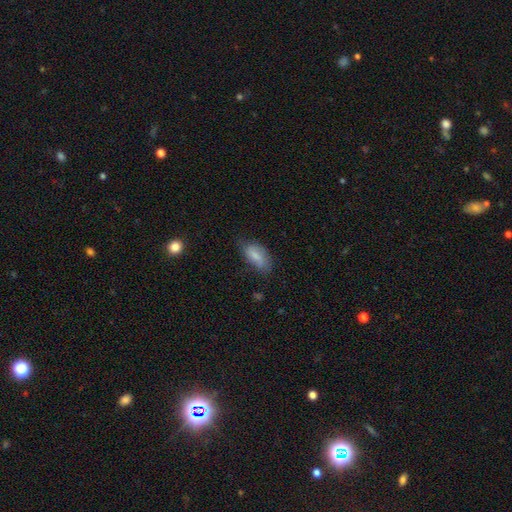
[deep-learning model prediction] Q: Smooth or featured?
A: smooth (74%); runner-up: featured or disk (19%)
Q: How rounded?
A: in between (89%); runner-up: cigar-shaped (8%)
Q: Merging?
A: none (61%); runner-up: minor disturbance (30%)